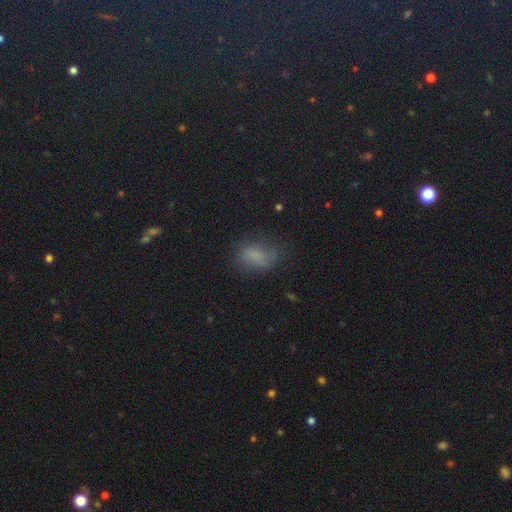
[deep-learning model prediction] Smooth or featured? smooth (74%)
How rounded? in between (82%)
Merging? none (61%)